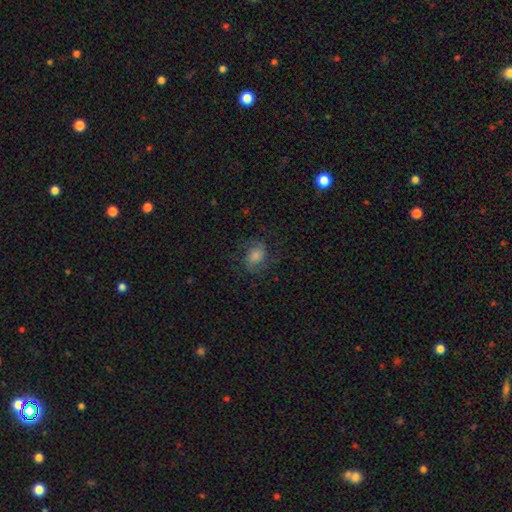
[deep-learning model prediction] Q: Smooth or featured?
A: featured or disk (51%); runner-up: smooth (36%)
Q: Edge-on disk?
A: no (97%); runner-up: yes (3%)
Q: Merging?
A: none (72%); runner-up: minor disturbance (16%)